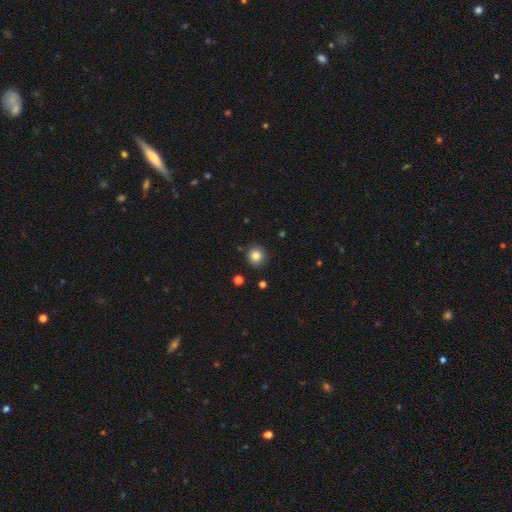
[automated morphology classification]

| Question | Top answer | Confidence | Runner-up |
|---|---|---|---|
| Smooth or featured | smooth | 83% | star or artifact (11%) |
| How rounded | round | 93% | in between (6%) |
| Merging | none | 90% | minor disturbance (7%) |